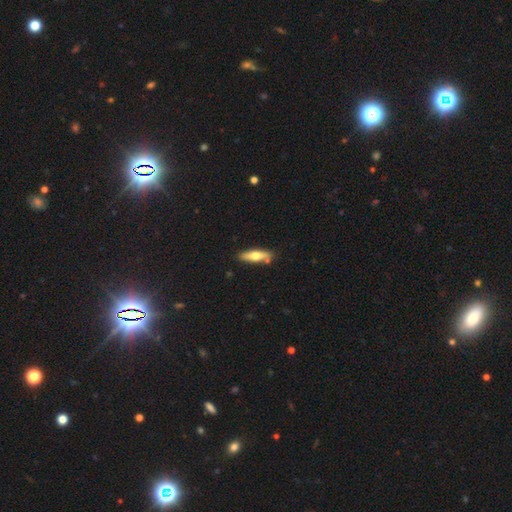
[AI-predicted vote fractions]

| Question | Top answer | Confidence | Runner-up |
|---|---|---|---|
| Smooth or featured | smooth | 56% | featured or disk (38%) |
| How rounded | cigar-shaped | 60% | in between (38%) |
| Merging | none | 77% | minor disturbance (15%) |